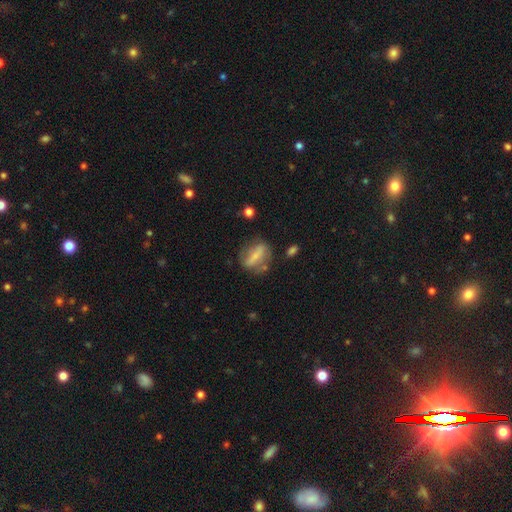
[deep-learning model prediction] A smooth galaxy with no disk features (49%).

Vote fractions:
- Smooth or featured? smooth: 49% / featured or disk: 42% / star or artifact: 9%
- Merging? none: 57% / minor disturbance: 23% / major disturbance: 15% / merger: 5%